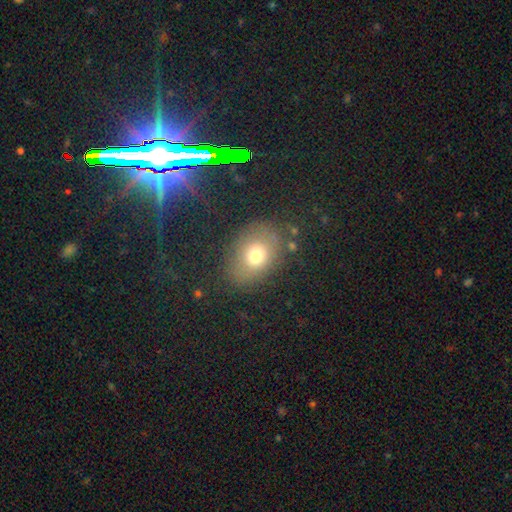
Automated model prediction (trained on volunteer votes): A smooth galaxy with no disk features (69%) that is in between round and cigar-shaped (59%). Merging: none (74%).